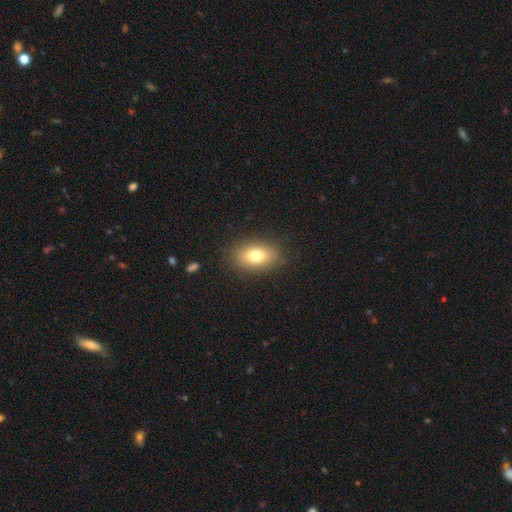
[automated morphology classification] Smooth or featured? Predicted: smooth (p=0.77). How rounded? Predicted: in between (p=0.85). Merging? Predicted: none (p=0.86).